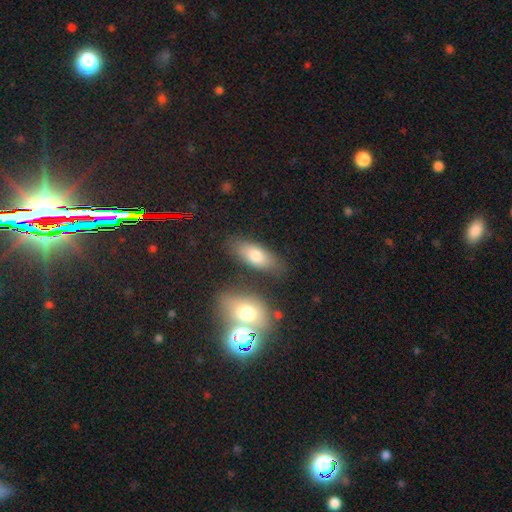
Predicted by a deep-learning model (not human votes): smooth-or-featured: smooth: 73% | featured or disk: 17% | star or artifact: 9%
  how-rounded: in between: 82% | cigar-shaped: 14% | round: 4%
  merging: none: 75% | minor disturbance: 13% | merger: 8% | major disturbance: 4%